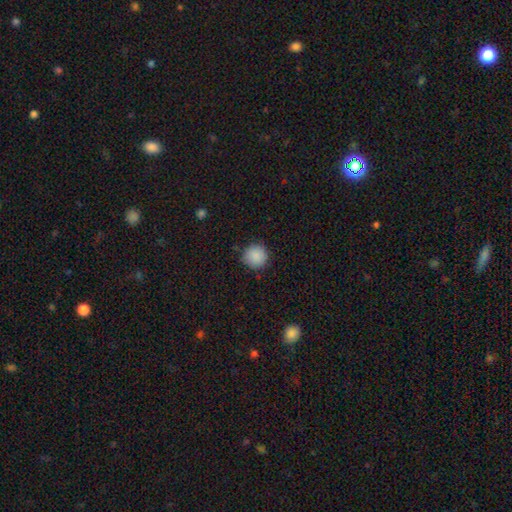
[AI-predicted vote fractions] Smooth or featured? smooth (89%)
How rounded? round (94%)
Merging? none (86%)